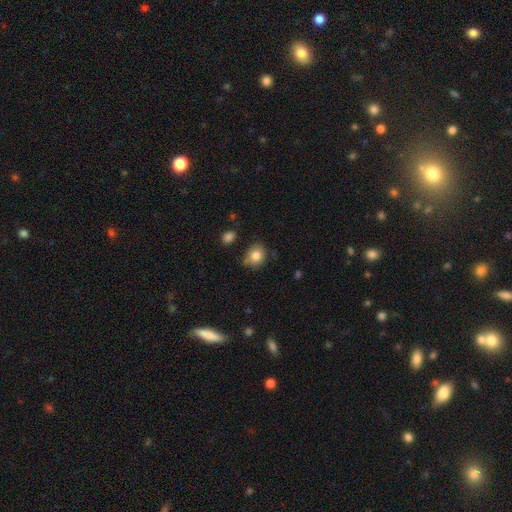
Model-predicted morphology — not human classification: Smooth or featured? Predicted: smooth (p=0.82). How rounded? Predicted: round (p=0.58). Merging? Predicted: none (p=0.68).